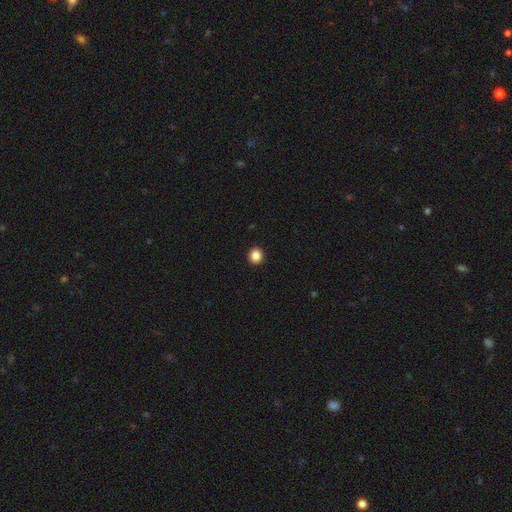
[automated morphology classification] Smooth or featured? Predicted: smooth (p=0.86). How rounded? Predicted: round (p=0.91). Merging? Predicted: none (p=0.93).